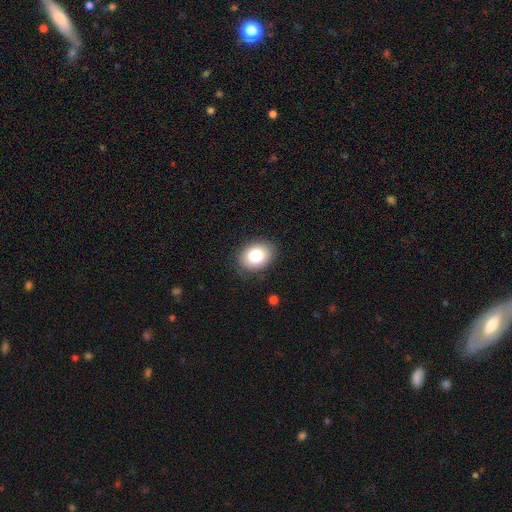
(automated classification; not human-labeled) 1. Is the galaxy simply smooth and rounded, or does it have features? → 82% smooth, 10% featured or disk, 9% star or artifact.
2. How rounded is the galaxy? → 64% in between, 36% round, 1% cigar-shaped.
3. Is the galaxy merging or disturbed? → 84% none, 12% minor disturbance, 3% major disturbance, 1% merger.